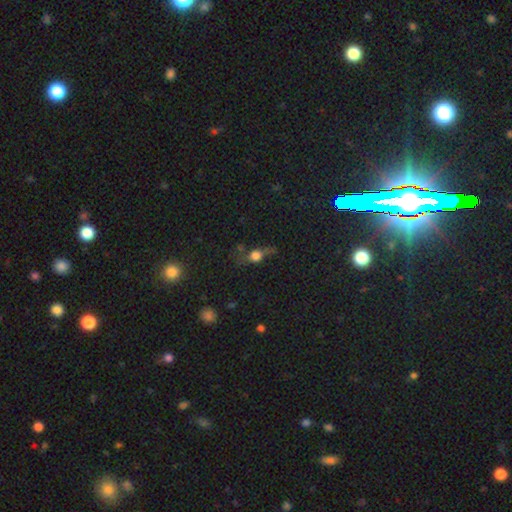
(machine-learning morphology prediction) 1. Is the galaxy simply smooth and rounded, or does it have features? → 50% smooth, 26% featured or disk, 24% star or artifact.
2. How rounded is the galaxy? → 54% round, 31% in between, 15% cigar-shaped.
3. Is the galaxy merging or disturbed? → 49% none, 24% major disturbance, 21% minor disturbance, 6% merger.